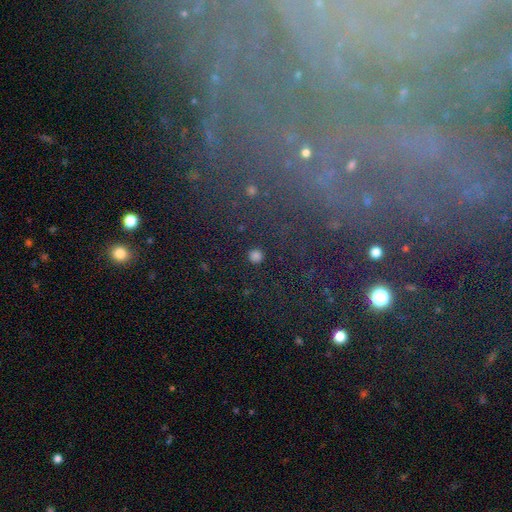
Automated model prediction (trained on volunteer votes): This appears to be a smooth galaxy with no disk features (80%) that is round (94%). Merging: none (91%).